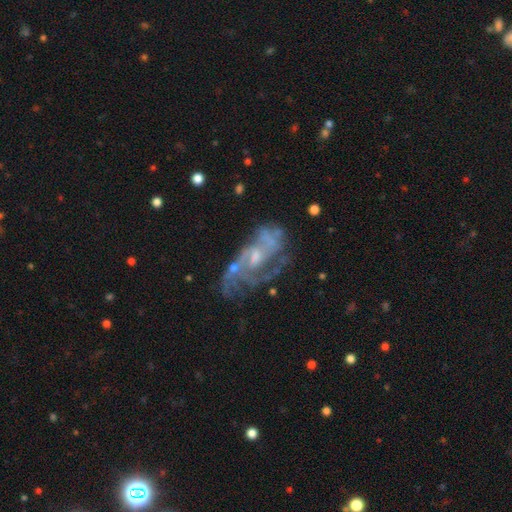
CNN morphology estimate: Overall: featured or disk (77%). Edge-on disk: no (94%). Bar: no (58%; weak 33%). Spiral arms: yes (88%). Spiral arm count: 2 (34%; can't tell 25%). Spiral winding: medium (46%; tight 31%). Bulge size: small (57%; moderate 30%). Merging: none (58%; minor disturbance 18%).